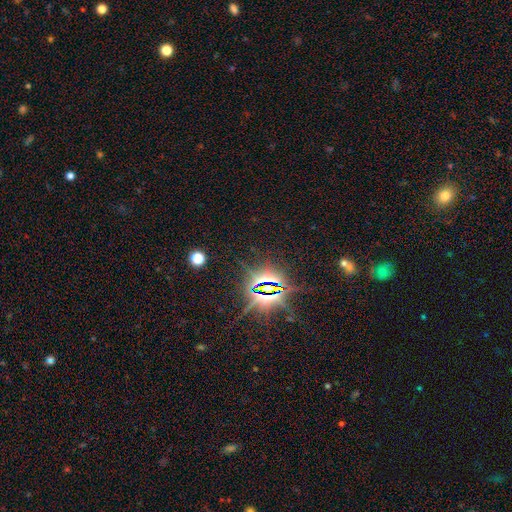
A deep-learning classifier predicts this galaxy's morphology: A star or artifact, not a galaxy (85%).

Vote fractions:
- Smooth or featured? star or artifact: 85% / smooth: 8% / featured or disk: 7%